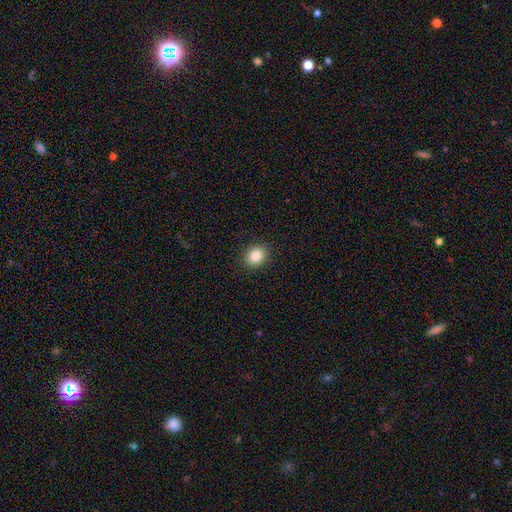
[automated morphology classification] smooth-or-featured: smooth: 85% | star or artifact: 10% | featured or disk: 5%
  how-rounded: round: 57% | in between: 42% | cigar-shaped: 1%
  merging: none: 90% | minor disturbance: 7% | major disturbance: 2% | merger: 1%